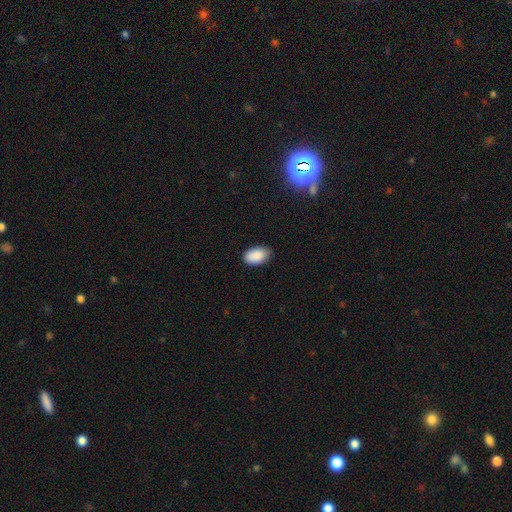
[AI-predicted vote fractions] Smooth or featured?
  - smooth: 89% *
  - star or artifact: 7%
  - featured or disk: 4%
How rounded?
  - in between: 93% *
  - round: 5%
  - cigar-shaped: 1%
Merging?
  - none: 82% *
  - minor disturbance: 15%
  - major disturbance: 2%
  - merger: 1%